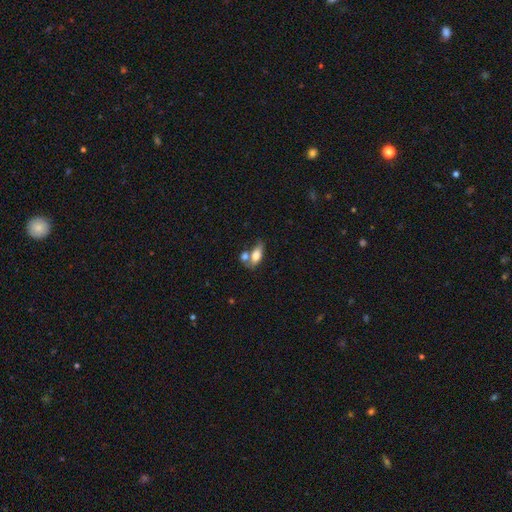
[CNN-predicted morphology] The model was most divided on "merging": merger: 41%, none: 35%, minor disturbance: 15%, major disturbance: 8%. More confident: how rounded — in between (85%); smooth or featured — smooth (76%).